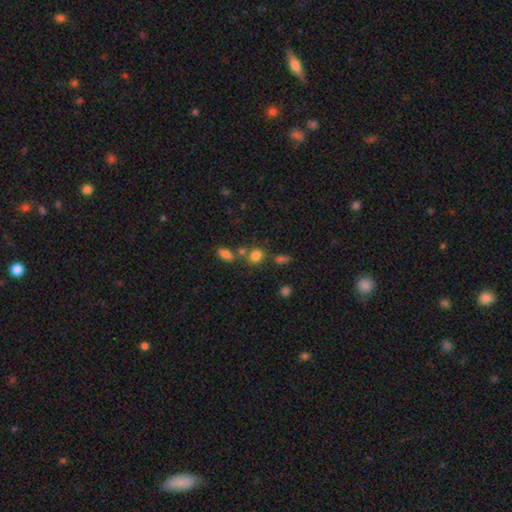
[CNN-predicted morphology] smooth 79%, star or artifact 13%, featured or disk 7%. Down the decision tree: how rounded — round (58%); merging — none (60%).